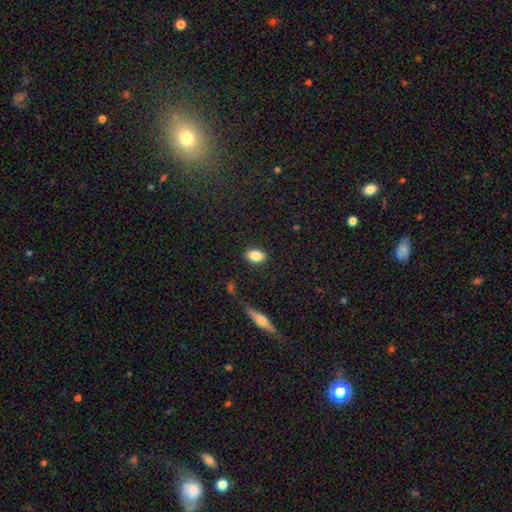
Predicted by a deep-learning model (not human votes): This appears to be a smooth galaxy with no disk features (86%) that is in between round and cigar-shaped (87%). Merging: none (88%).